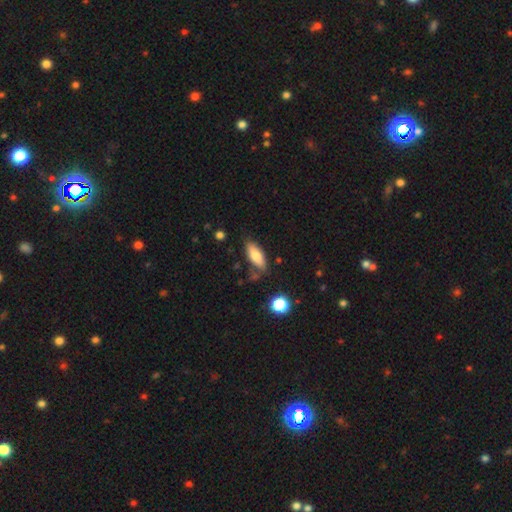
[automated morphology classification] The model was most divided on "how rounded": in between: 75%, cigar-shaped: 22%, round: 2%. More confident: smooth or featured — smooth (77%); merging — none (73%).